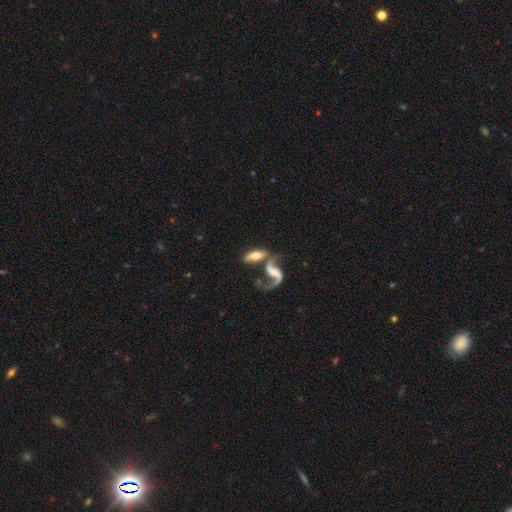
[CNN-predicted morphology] Smooth or featured? featured or disk (55%)
Edge-on disk? no (70%)
Merging? merger (44%)